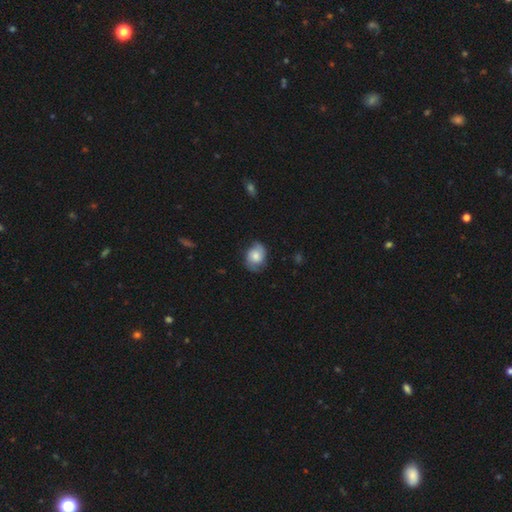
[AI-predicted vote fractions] A smooth galaxy with no disk features (55%) that is in between round and cigar-shaped (56%). Merging: none (68%).